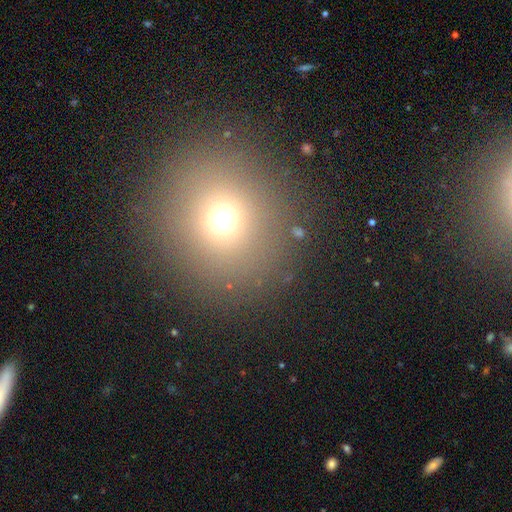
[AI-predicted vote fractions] Smooth or featured: smooth — 67% (star or artifact — 24%)
How rounded: round — 92% (in between — 7%)
Merging: none — 90% (minor disturbance — 5%)